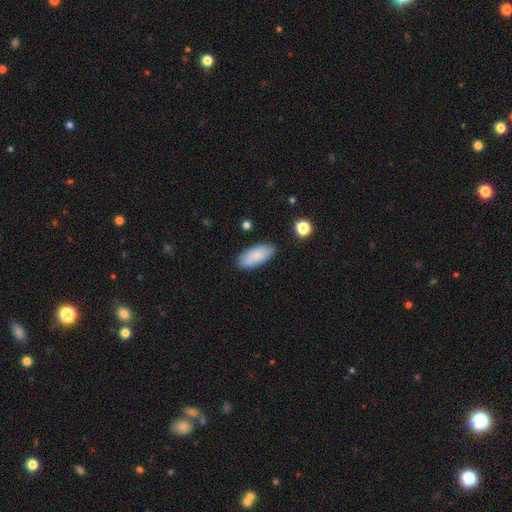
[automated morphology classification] type=smooth (86%); roundness=in between (88%); merging=none (86%).